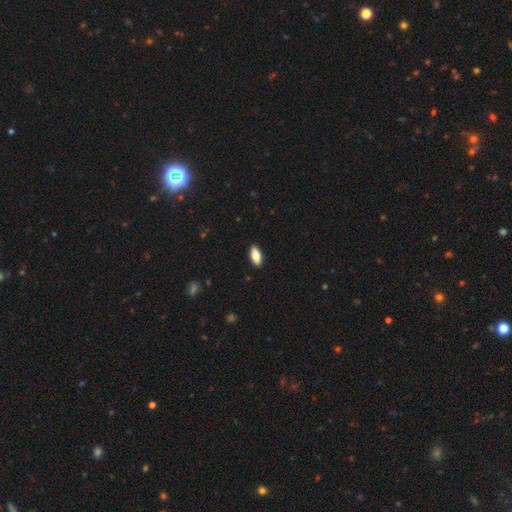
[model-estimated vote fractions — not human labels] smooth-or-featured: smooth: 80% | featured or disk: 14% | star or artifact: 6%
  how-rounded: in between: 84% | cigar-shaped: 14% | round: 2%
  merging: none: 90% | minor disturbance: 8% | major disturbance: 2% | merger: 1%